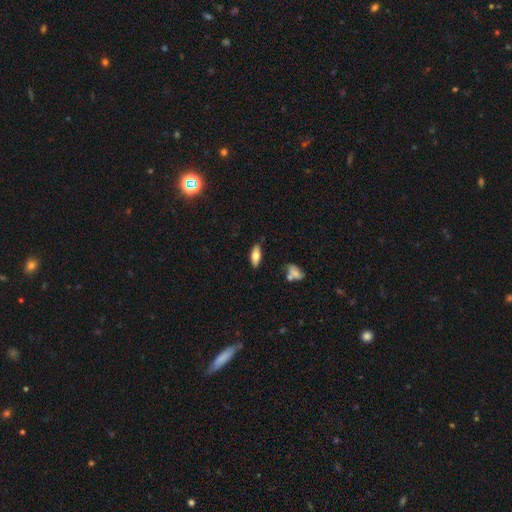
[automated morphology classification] Smooth or featured?
  - smooth: 69% *
  - featured or disk: 24%
  - star or artifact: 7%
How rounded?
  - in between: 74% *
  - cigar-shaped: 23%
  - round: 2%
Merging?
  - none: 83% *
  - minor disturbance: 12%
  - major disturbance: 3%
  - merger: 2%